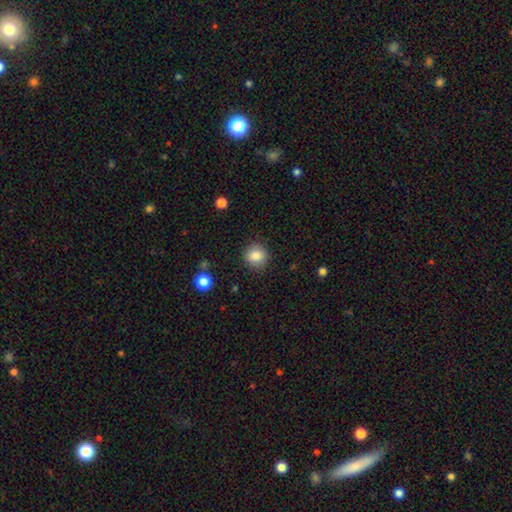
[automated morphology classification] Q: Smooth or featured?
A: smooth (85%); runner-up: star or artifact (9%)
Q: How rounded?
A: round (88%); runner-up: in between (11%)
Q: Merging?
A: none (88%); runner-up: minor disturbance (9%)